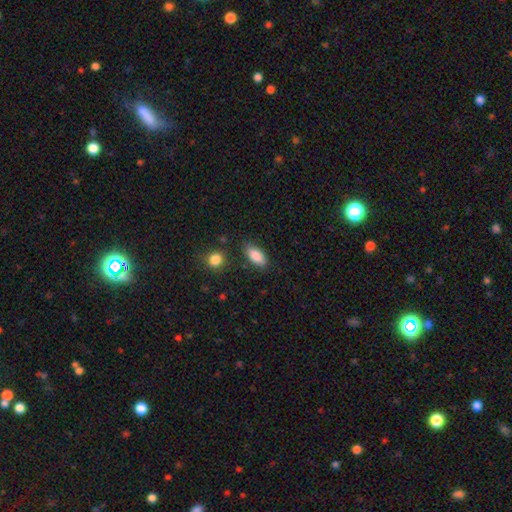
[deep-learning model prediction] This is clearly a smooth galaxy (87%). How rounded: clearly in between (86%). Merging: clearly none (82%).